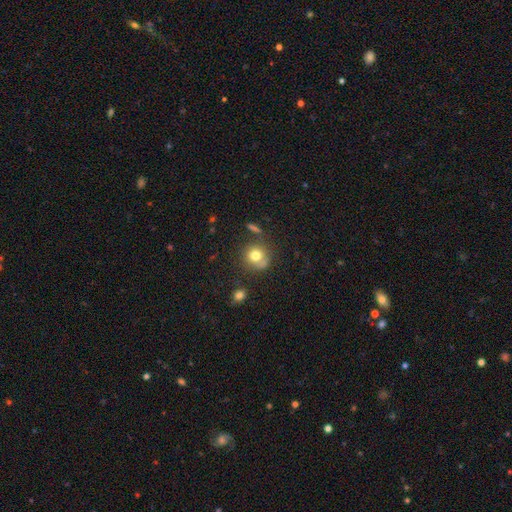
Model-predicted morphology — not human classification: Smooth or featured? Predicted: smooth (p=0.75). How rounded? Predicted: round (p=0.87). Merging? Predicted: none (p=0.67).